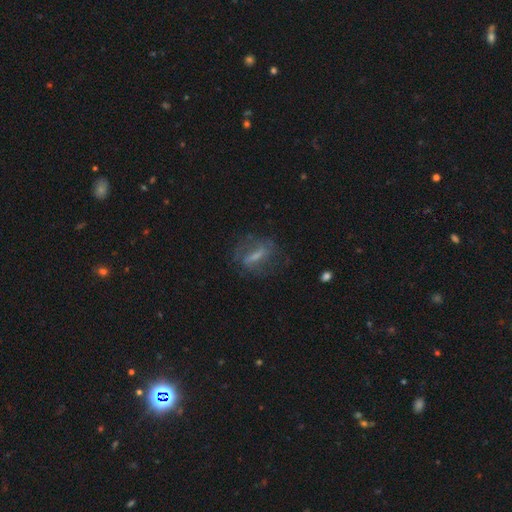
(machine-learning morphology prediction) type=featured or disk (57%); edge-on=no (83%); merging=none (64%).